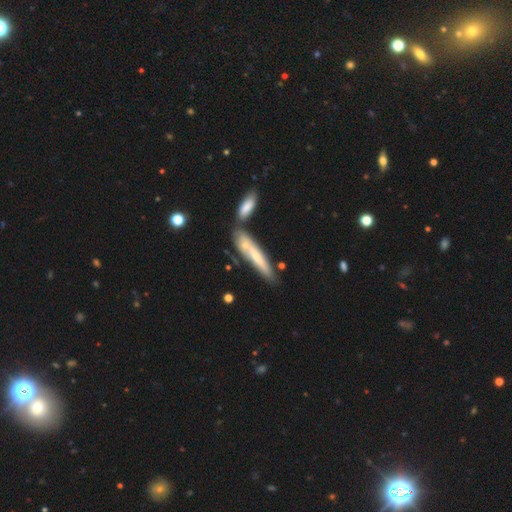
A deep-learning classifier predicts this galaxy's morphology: Overall: smooth (57%; featured or disk 37%). How rounded: cigar-shaped (85%). Merging: none (54%; merger 27%).